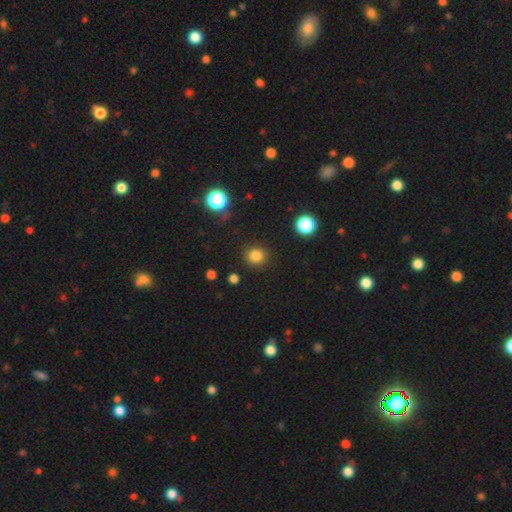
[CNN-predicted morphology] type=smooth (83%); roundness=round (87%); merging=none (89%).